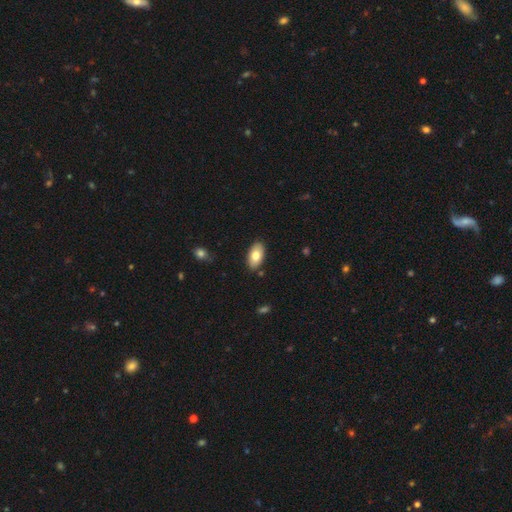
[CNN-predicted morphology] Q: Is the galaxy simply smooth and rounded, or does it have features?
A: smooth — 77%.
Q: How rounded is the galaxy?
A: in between — 94%.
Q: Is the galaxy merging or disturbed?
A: none — 86%.